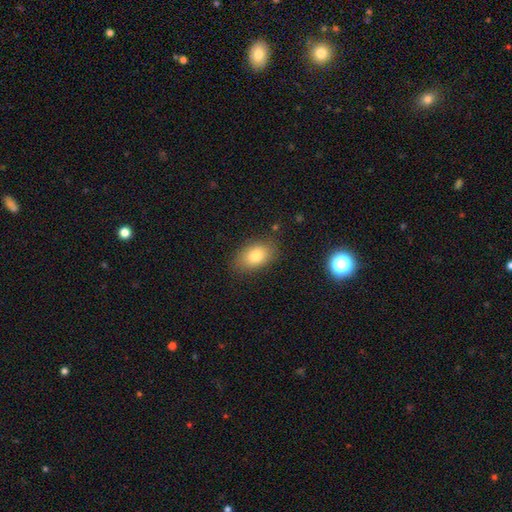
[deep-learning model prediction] Smooth or featured?
  - smooth: 81% *
  - featured or disk: 11%
  - star or artifact: 8%
How rounded?
  - in between: 88% *
  - round: 11%
  - cigar-shaped: 2%
Merging?
  - none: 81% *
  - minor disturbance: 14%
  - major disturbance: 4%
  - merger: 2%